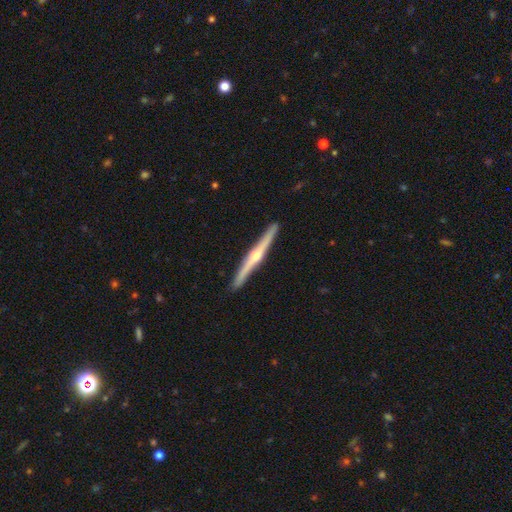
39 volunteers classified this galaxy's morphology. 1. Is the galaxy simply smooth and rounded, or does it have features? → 85% featured or disk, 13% smooth, 3% star or artifact.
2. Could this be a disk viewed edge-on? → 100% yes, 0% no.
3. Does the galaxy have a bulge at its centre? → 97% rounded, 3% none, 0% boxy.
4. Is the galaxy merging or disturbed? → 100% none, 0% minor disturbance, 0% major disturbance, 0% merger.